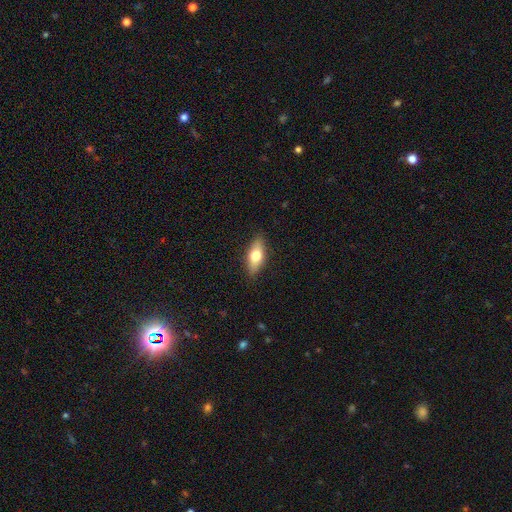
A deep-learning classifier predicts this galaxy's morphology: Smooth or featured: smooth — 65% (featured or disk — 28%)
How rounded: in between — 74% (cigar-shaped — 22%)
Merging: none — 87% (minor disturbance — 10%)